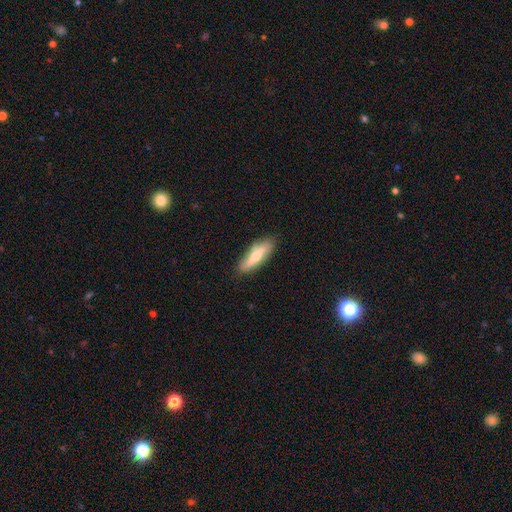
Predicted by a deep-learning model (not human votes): Overall: smooth (52%; featured or disk 42%). How rounded: cigar-shaped (54%; in between 43%). Merging: none (81%).